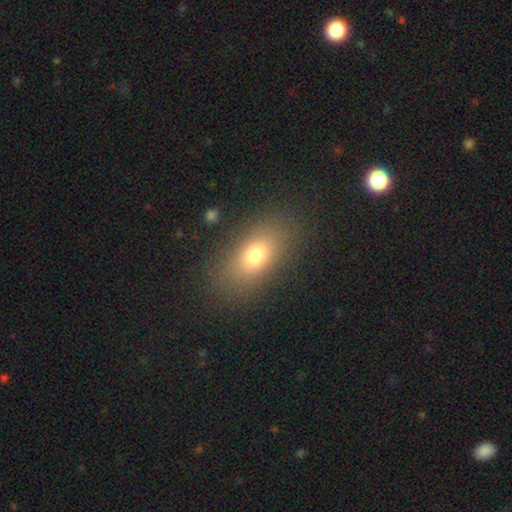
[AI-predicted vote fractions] Smooth or featured?
  - smooth: 74% *
  - featured or disk: 15%
  - star or artifact: 11%
How rounded?
  - in between: 84% *
  - round: 10%
  - cigar-shaped: 6%
Merging?
  - none: 85% *
  - minor disturbance: 9%
  - major disturbance: 4%
  - merger: 1%